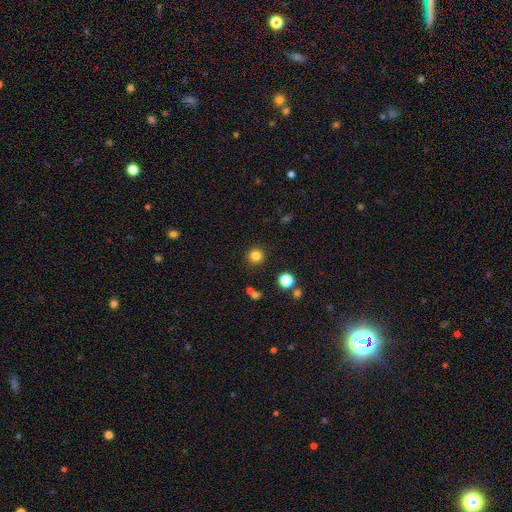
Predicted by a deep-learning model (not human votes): Q: Smooth or featured?
A: smooth (82%); runner-up: star or artifact (13%)
Q: How rounded?
A: round (93%); runner-up: in between (6%)
Q: Merging?
A: none (89%); runner-up: minor disturbance (6%)